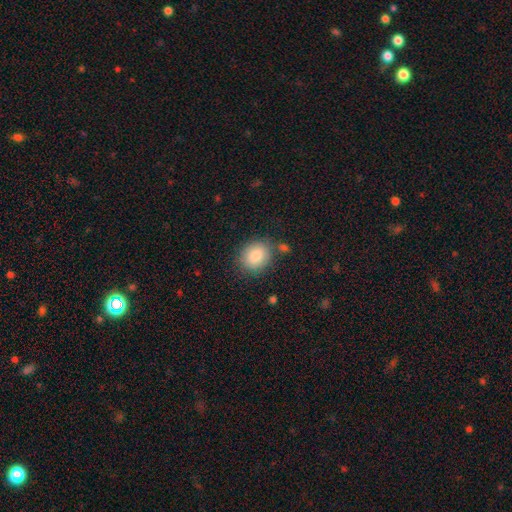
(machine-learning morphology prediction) A smooth galaxy with no disk features (84%) that is round (61%). Merging: none (79%).